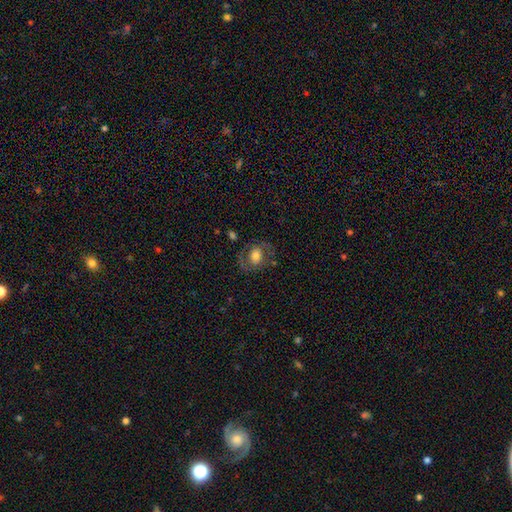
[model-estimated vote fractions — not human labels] Smooth or featured? smooth (52%)
How rounded? round (56%)
Merging? none (67%)